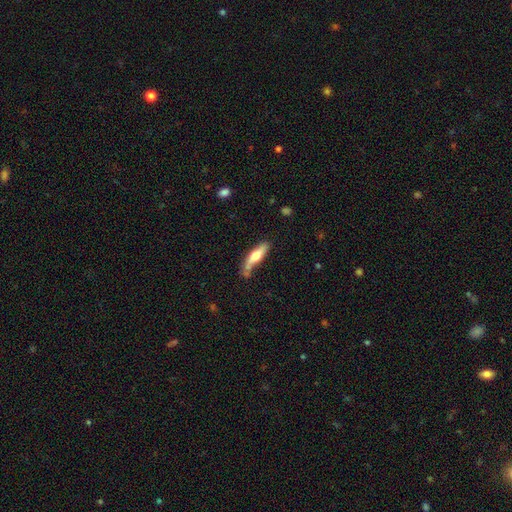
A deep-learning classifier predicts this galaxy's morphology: Smooth or featured: smooth — 54% (featured or disk — 40%)
How rounded: cigar-shaped — 72% (in between — 26%)
Merging: none — 62% (minor disturbance — 22%)